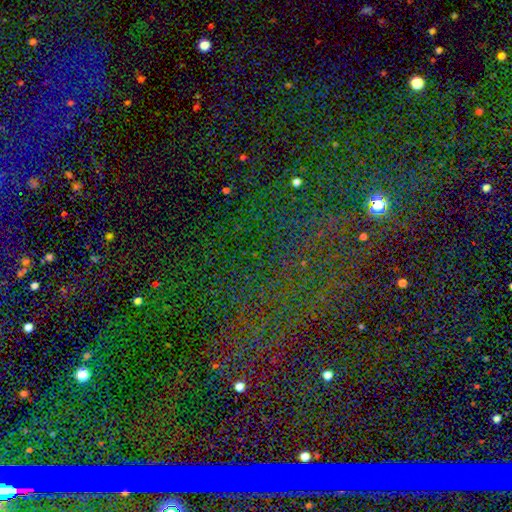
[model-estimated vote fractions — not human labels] smooth_or_featured: star or artifact (p=0.81) [alt: smooth p=0.10]